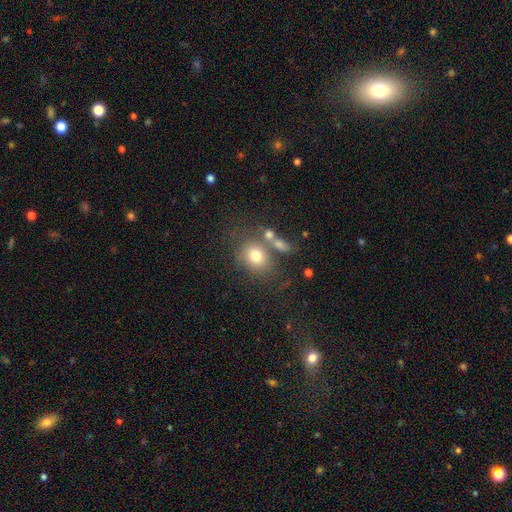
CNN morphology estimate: Smooth or featured? smooth (74%)
How rounded? round (57%)
Merging? none (56%)